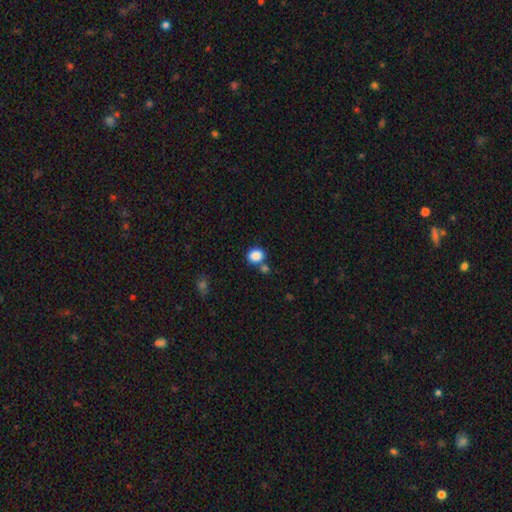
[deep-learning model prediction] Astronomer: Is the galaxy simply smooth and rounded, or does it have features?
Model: smooth — 87%.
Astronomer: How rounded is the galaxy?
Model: round — 62%.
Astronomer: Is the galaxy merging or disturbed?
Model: none — 66%.